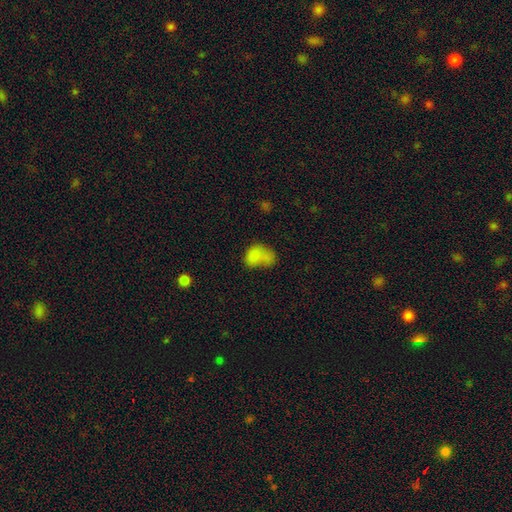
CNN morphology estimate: smooth-or-featured: smooth: 77% | featured or disk: 12% | star or artifact: 11%
  how-rounded: in between: 74% | round: 24% | cigar-shaped: 1%
  merging: merger: 32% | none: 25% | major disturbance: 23% | minor disturbance: 20%